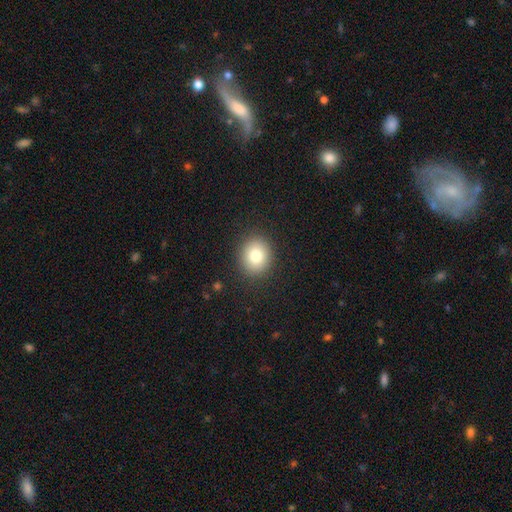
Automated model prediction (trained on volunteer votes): smooth_or_featured: smooth (p=0.80) [alt: star or artifact p=0.10]
how_rounded: round (p=0.74) [alt: in between p=0.25]
merging: none (p=0.90) [alt: minor disturbance p=0.07]